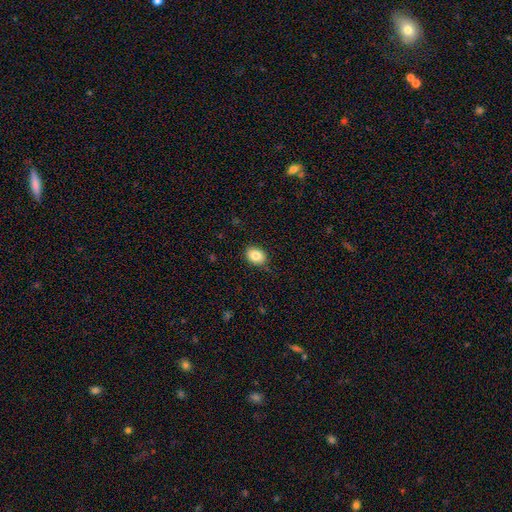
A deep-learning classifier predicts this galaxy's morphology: type=smooth (84%); roundness=in between (67%); merging=none (80%).